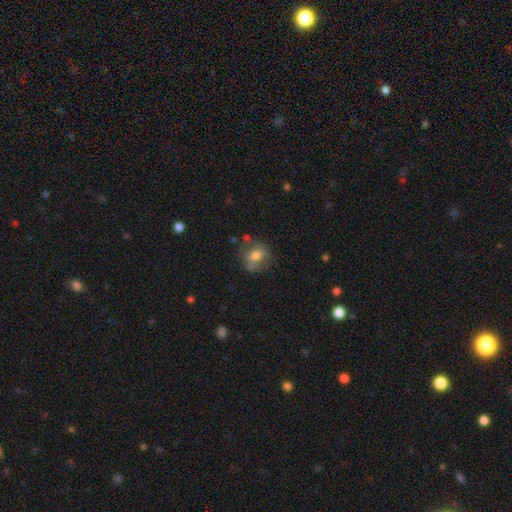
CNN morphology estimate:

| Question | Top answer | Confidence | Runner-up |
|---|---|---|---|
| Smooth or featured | smooth | 60% | featured or disk (31%) |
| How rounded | round | 70% | in between (29%) |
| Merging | none | 64% | minor disturbance (22%) |